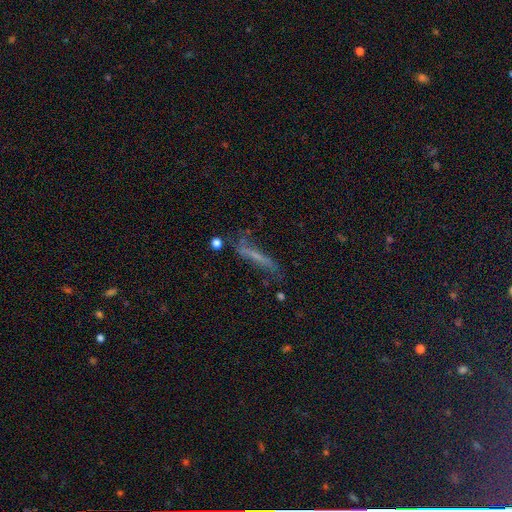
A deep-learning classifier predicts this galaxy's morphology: smooth-or-featured: featured or disk: 43% | smooth: 40% | star or artifact: 16%
  merging: none: 53% | minor disturbance: 23% | major disturbance: 17% | merger: 7%